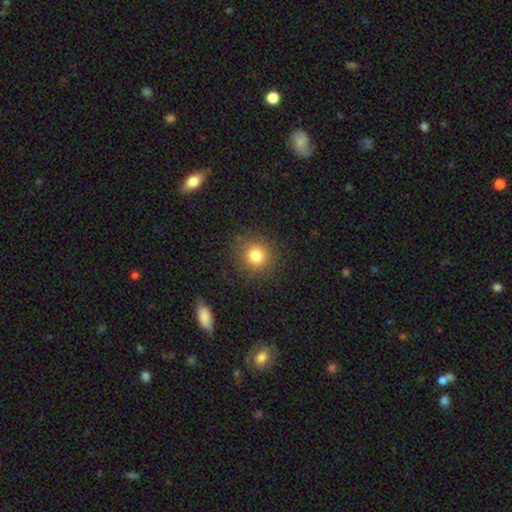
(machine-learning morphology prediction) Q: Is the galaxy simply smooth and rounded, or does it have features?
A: smooth — 80%.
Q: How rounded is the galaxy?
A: round — 92%.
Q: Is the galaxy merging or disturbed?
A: none — 88%.